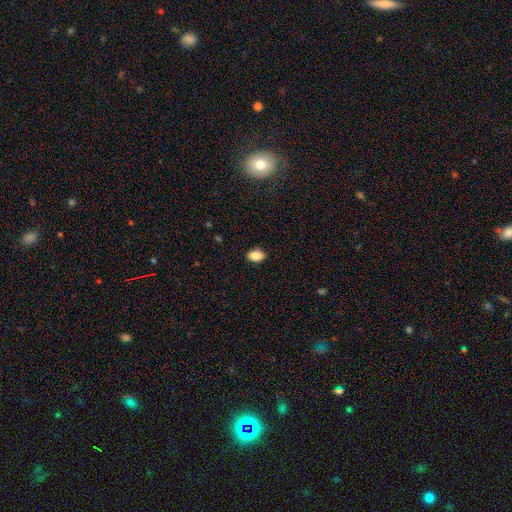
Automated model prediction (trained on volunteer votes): This appears to be a smooth galaxy with no disk features (86%) that is in between round and cigar-shaped (80%). Merging: none (87%).